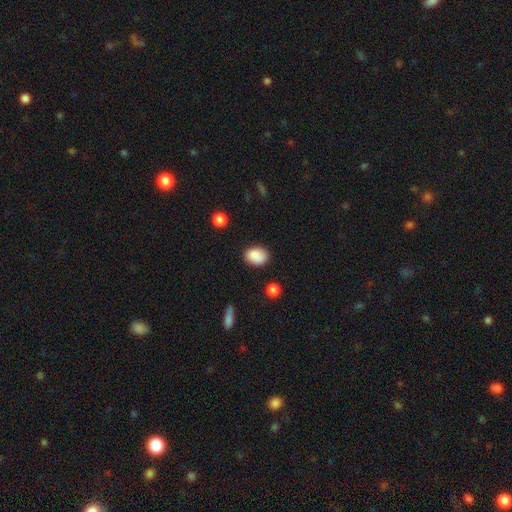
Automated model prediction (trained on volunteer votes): Smooth or featured: smooth — 87% (star or artifact — 8%)
How rounded: in between — 70% (round — 29%)
Merging: none — 77% (minor disturbance — 17%)